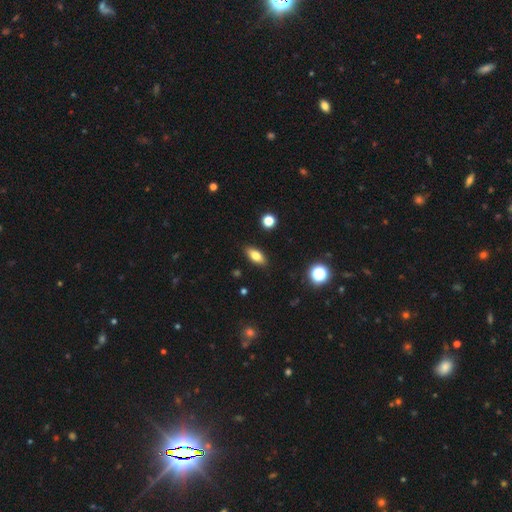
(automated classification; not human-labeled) smooth_or_featured: smooth (p=0.76) [alt: featured or disk p=0.15]
how_rounded: in between (p=0.82) [alt: cigar-shaped p=0.13]
merging: none (p=0.88) [alt: minor disturbance p=0.08]